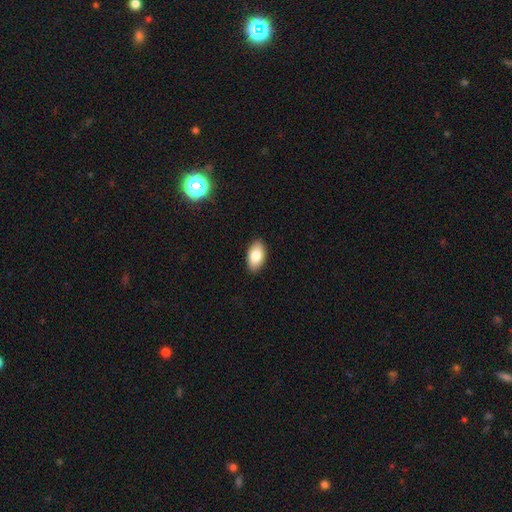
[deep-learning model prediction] smooth-or-featured: smooth: 83% | featured or disk: 10% | star or artifact: 7%
  how-rounded: in between: 94% | round: 4% | cigar-shaped: 2%
  merging: none: 89% | minor disturbance: 8% | major disturbance: 2% | merger: 1%